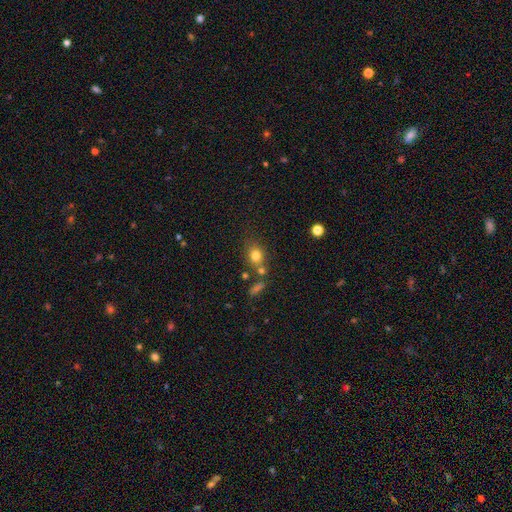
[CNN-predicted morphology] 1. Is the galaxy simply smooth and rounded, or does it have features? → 78% smooth, 12% star or artifact, 9% featured or disk.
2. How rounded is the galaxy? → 61% round, 38% in between, 2% cigar-shaped.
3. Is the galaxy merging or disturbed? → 64% none, 16% merger, 14% minor disturbance, 5% major disturbance.